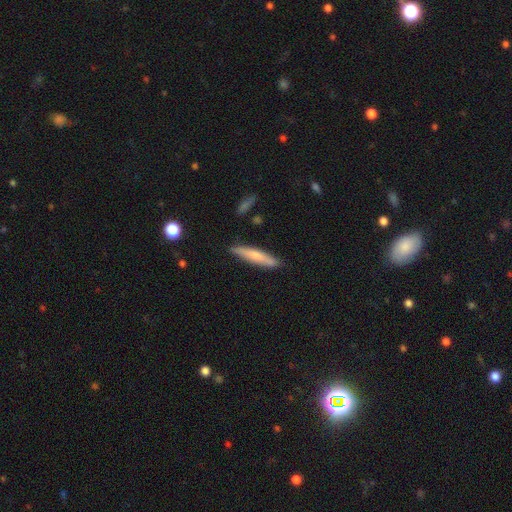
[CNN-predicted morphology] smooth-or-featured: smooth: 65% | featured or disk: 29% | star or artifact: 6%
  how-rounded: cigar-shaped: 88% | in between: 10% | round: 1%
  merging: none: 85% | minor disturbance: 11% | merger: 2% | major disturbance: 2%